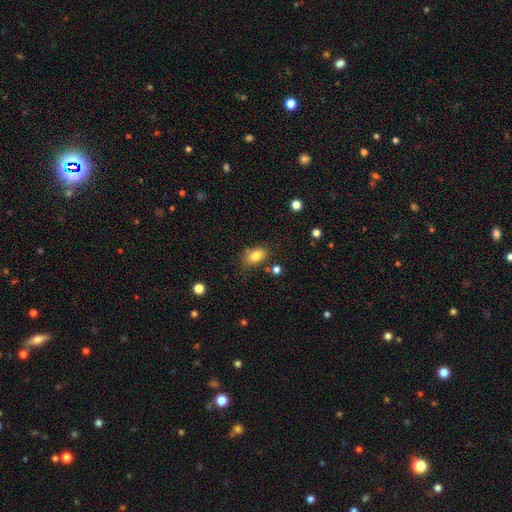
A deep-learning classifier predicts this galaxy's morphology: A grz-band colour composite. It shows a smooth galaxy with no disk features (81%) that is in between round and cigar-shaped (84%). Merging: none (73%).